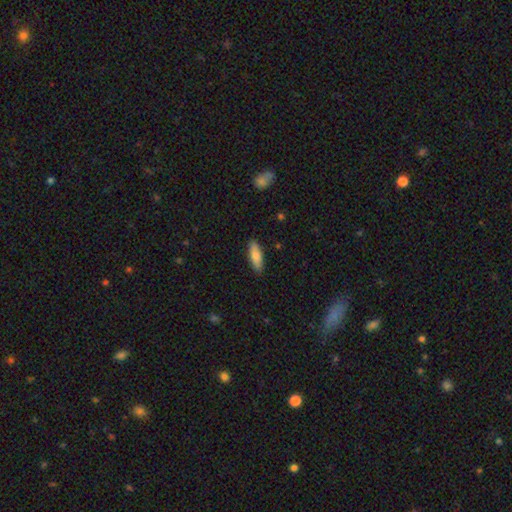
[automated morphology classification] A smooth galaxy with no disk features (80%) that is in between round and cigar-shaped (56%).

Vote fractions:
- Smooth or featured? smooth: 80% / featured or disk: 14% / star or artifact: 6%
- How rounded? in between: 56% / cigar-shaped: 42% / round: 2%
- Merging? none: 87% / minor disturbance: 10% / major disturbance: 2% / merger: 1%